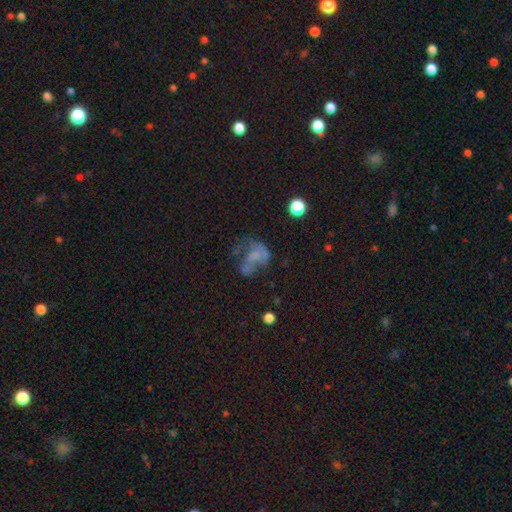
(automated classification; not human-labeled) The model was most divided on "merging": major disturbance: 39%, none: 29%, minor disturbance: 18%, merger: 14%. Remaining: smooth or featured — featured or disk (46%).